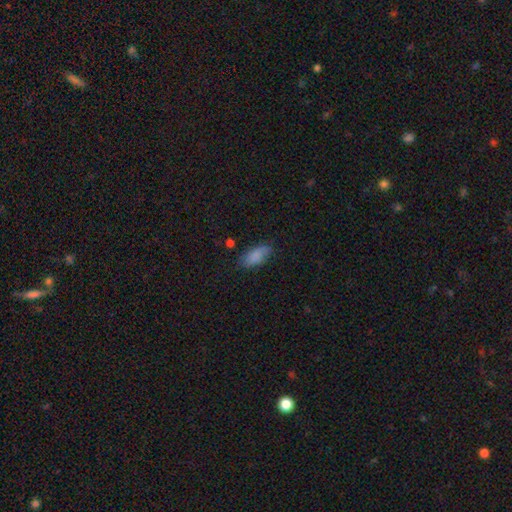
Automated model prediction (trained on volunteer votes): A smooth galaxy with no disk features (85%) that is in between round and cigar-shaped (88%).

Vote fractions:
- Smooth or featured? smooth: 85% / star or artifact: 8% / featured or disk: 7%
- How rounded? in between: 88% / cigar-shaped: 10% / round: 3%
- Merging? none: 73% / minor disturbance: 20% / major disturbance: 5% / merger: 2%